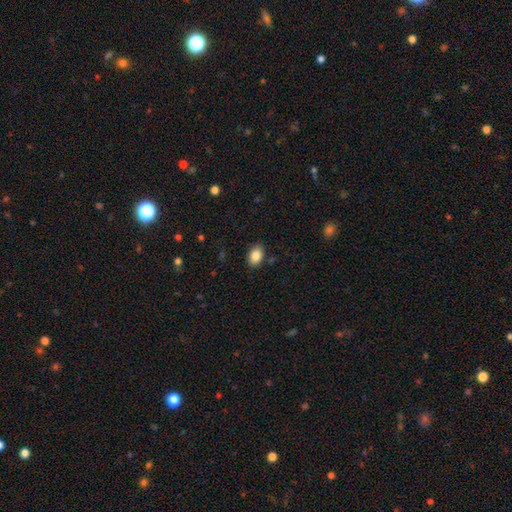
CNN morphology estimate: Smooth or featured?
  - smooth: 86% *
  - star or artifact: 8%
  - featured or disk: 6%
How rounded?
  - in between: 85% *
  - round: 14%
  - cigar-shaped: 1%
Merging?
  - none: 86% *
  - minor disturbance: 10%
  - major disturbance: 2%
  - merger: 2%